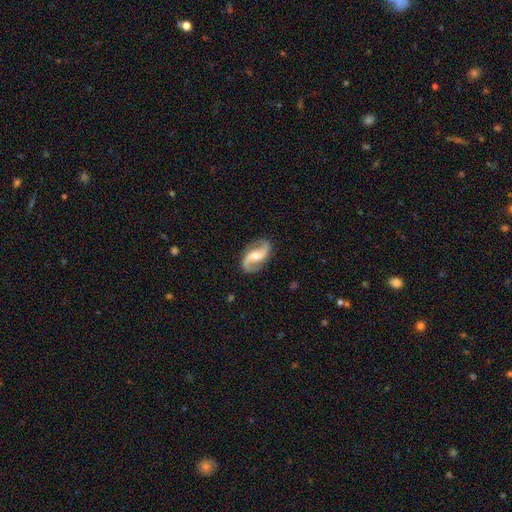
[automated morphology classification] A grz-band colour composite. It shows a featured or disk galaxy (90%) with no bar (44%), 2 (94%) loose (53%) spiral arms (98%) and a moderate central bulge (58%). Merging: none (86%).